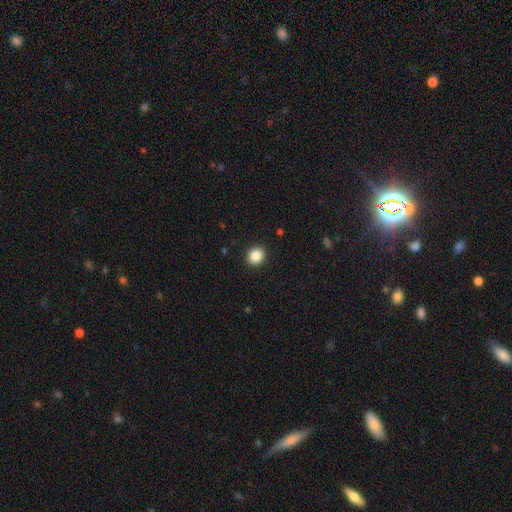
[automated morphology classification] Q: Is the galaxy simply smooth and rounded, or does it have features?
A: smooth — 87%.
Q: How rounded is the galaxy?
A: round — 77%.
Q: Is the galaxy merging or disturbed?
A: none — 92%.